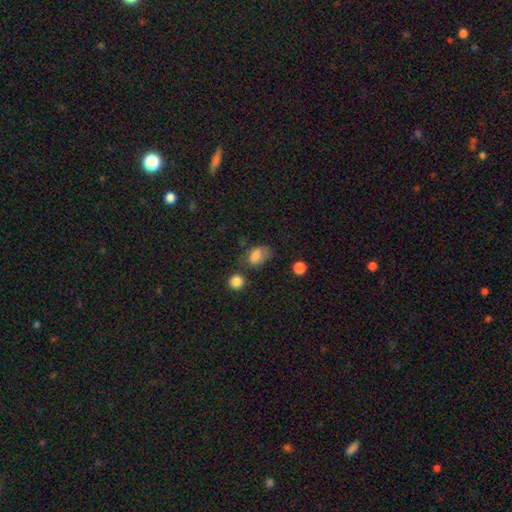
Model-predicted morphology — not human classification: Smooth or featured: smooth — 79% (star or artifact — 11%)
How rounded: in between — 78% (round — 21%)
Merging: none — 43% (minor disturbance — 32%)